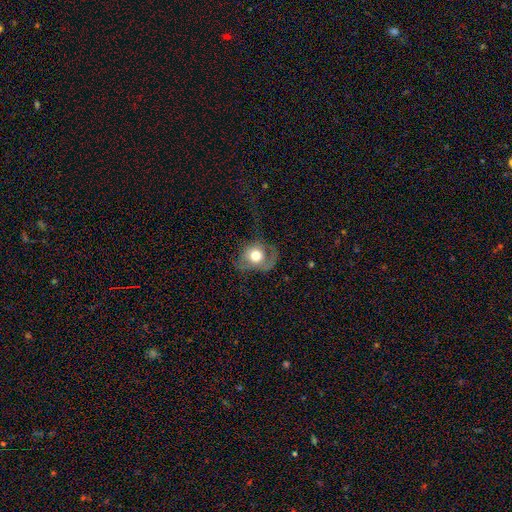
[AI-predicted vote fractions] Overall: smooth (56%; featured or disk 36%). How rounded: round (68%; in between 31%). Merging: major disturbance (42%; none 33%).